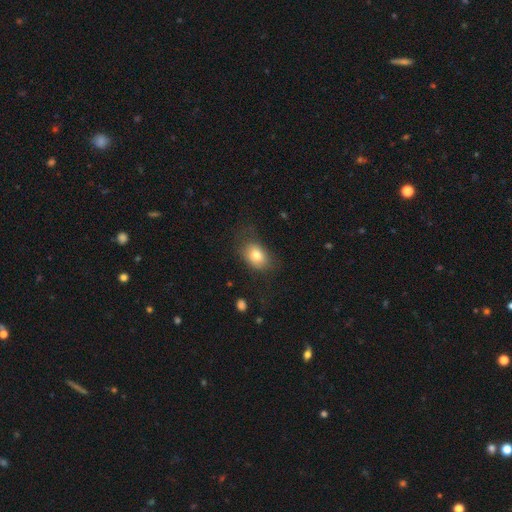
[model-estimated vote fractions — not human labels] Smooth or featured? Predicted: smooth (p=0.77). How rounded? Predicted: in between (p=0.76). Merging? Predicted: none (p=0.62).